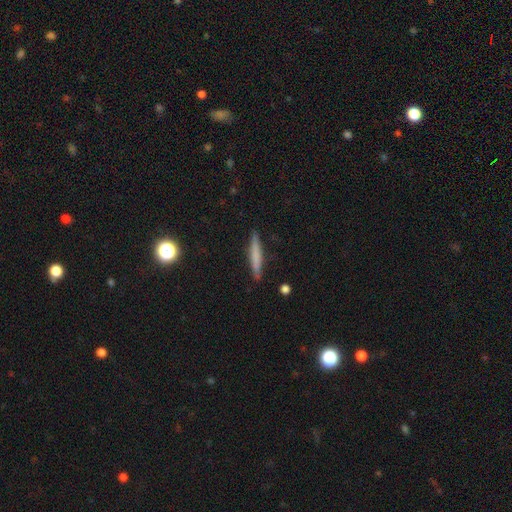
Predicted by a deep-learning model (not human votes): Overall: smooth (58%; featured or disk 34%). How rounded: cigar-shaped (93%). Merging: none (88%).